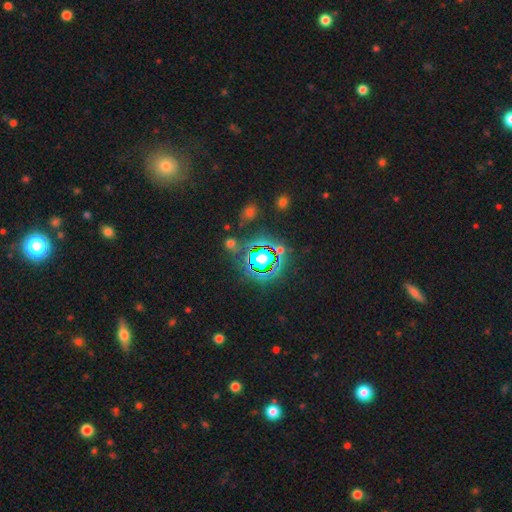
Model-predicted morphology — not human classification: type=star or artifact (78%).